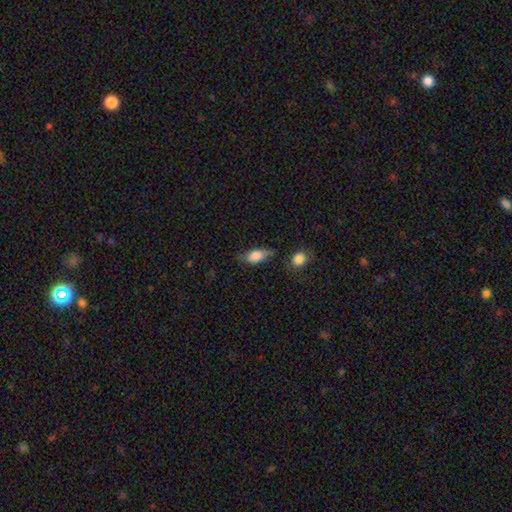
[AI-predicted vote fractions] Smooth or featured? smooth (82%)
How rounded? in between (85%)
Merging? none (46%)